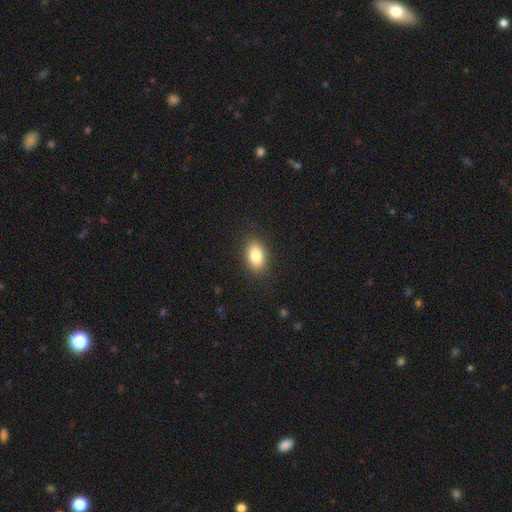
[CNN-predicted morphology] A smooth galaxy with no disk features (84%) that is in between round and cigar-shaped (88%).

Vote fractions:
- Smooth or featured? smooth: 84% / featured or disk: 8% / star or artifact: 8%
- How rounded? in between: 88% / round: 10% / cigar-shaped: 2%
- Merging? none: 88% / minor disturbance: 8% / major disturbance: 3% / merger: 1%